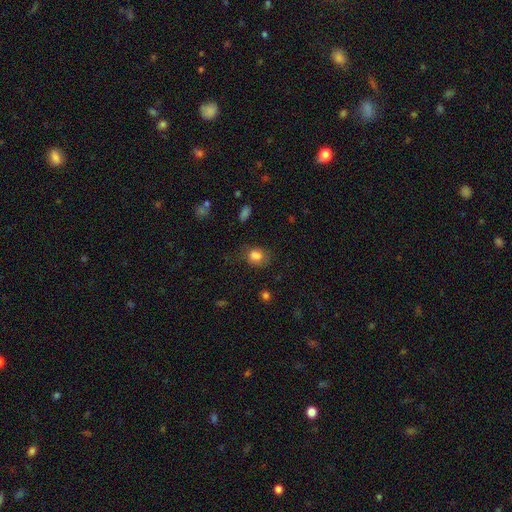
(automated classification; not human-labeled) A smooth galaxy with no disk features (82%) that is in between round and cigar-shaped (49%, tied with round). Merging: none (59%).